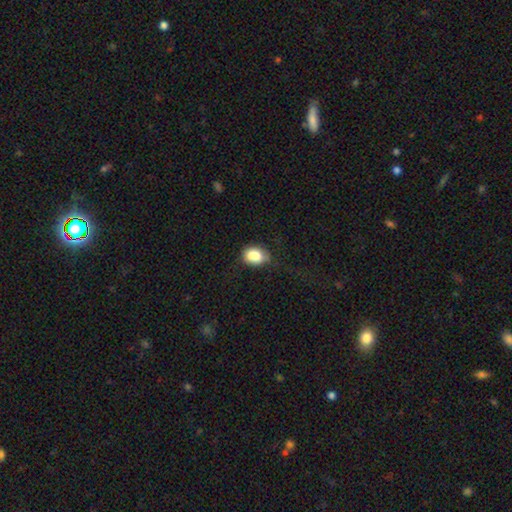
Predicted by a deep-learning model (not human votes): smooth 84%, star or artifact 9%, featured or disk 7%. Down the decision tree: how rounded — in between (70%); merging — none (63%).